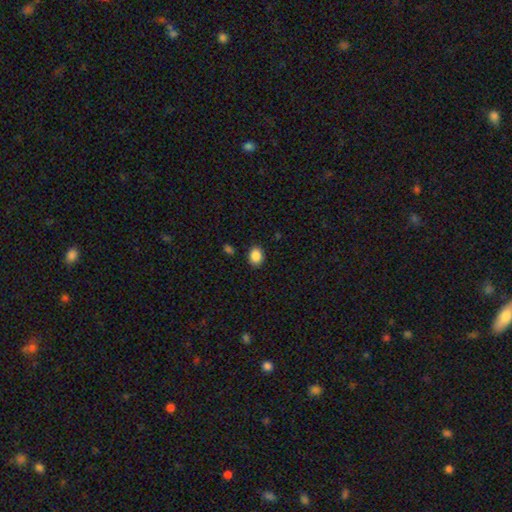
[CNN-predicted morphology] Q: Smooth or featured?
A: smooth (87%); runner-up: star or artifact (9%)
Q: How rounded?
A: in between (53%); runner-up: round (46%)
Q: Merging?
A: none (87%); runner-up: minor disturbance (9%)